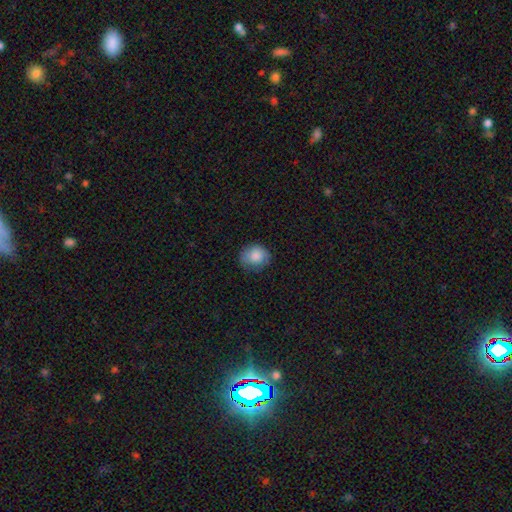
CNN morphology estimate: A smooth galaxy with no disk features (80%) that is round (73%).

Vote fractions:
- Smooth or featured? smooth: 80% / featured or disk: 12% / star or artifact: 8%
- How rounded? round: 73% / in between: 26% / cigar-shaped: 1%
- Merging? none: 70% / minor disturbance: 23% / major disturbance: 7% / merger: 1%